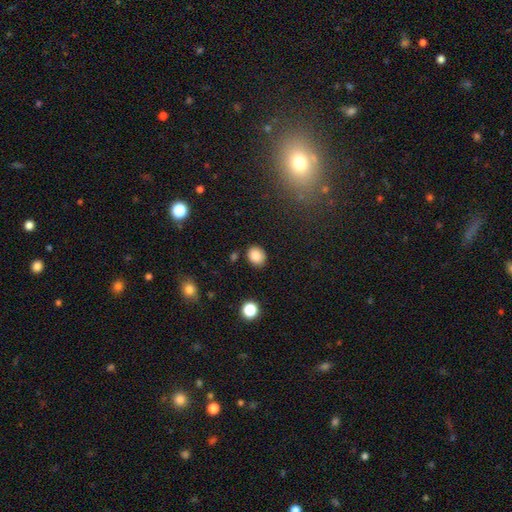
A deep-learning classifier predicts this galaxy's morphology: Overall: smooth (86%). How rounded: round (55%; in between 44%). Merging: none (84%).